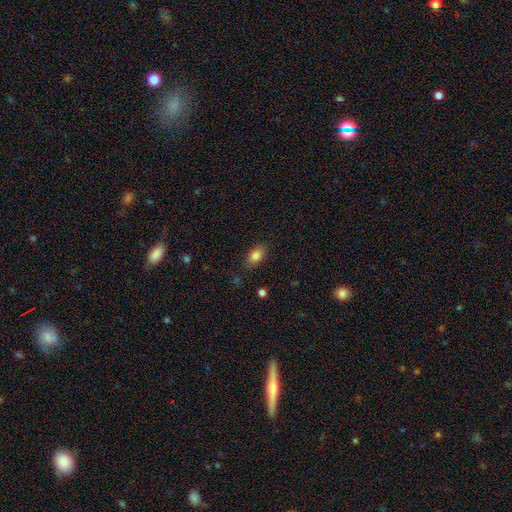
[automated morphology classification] A smooth galaxy with no disk features (84%) that is in between round and cigar-shaped (85%). Merging: none (83%).